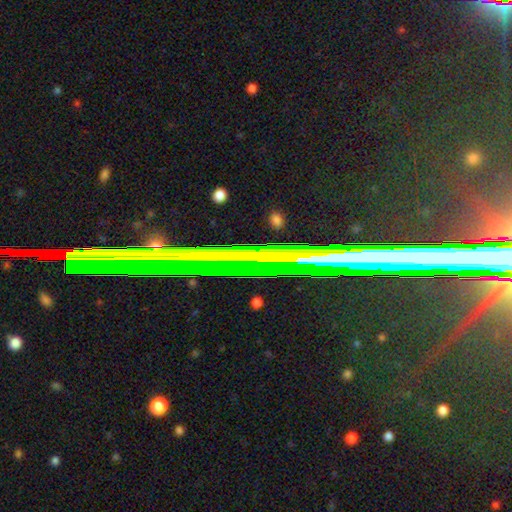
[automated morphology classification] star or artifact 69%, featured or disk 21%, smooth 10%.